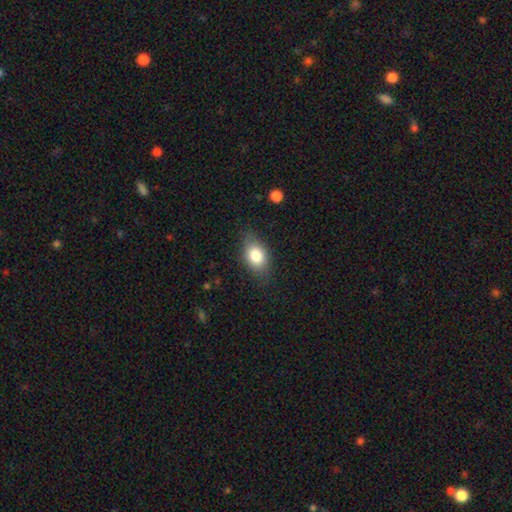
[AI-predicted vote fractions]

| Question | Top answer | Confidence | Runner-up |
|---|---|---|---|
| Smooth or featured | smooth | 80% | featured or disk (13%) |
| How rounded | in between | 84% | round (13%) |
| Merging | none | 76% | minor disturbance (18%) |